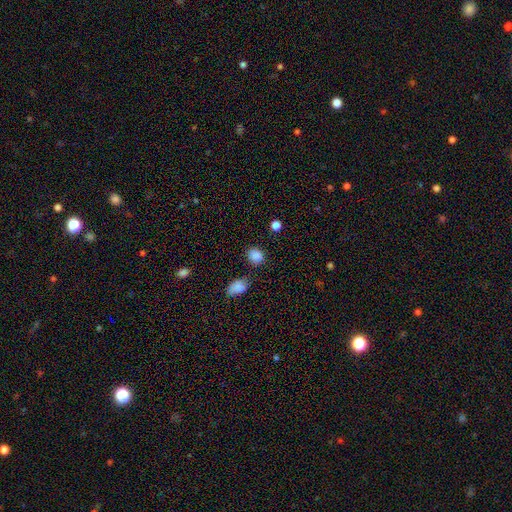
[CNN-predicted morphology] Q: Smooth or featured?
A: smooth (86%); runner-up: star or artifact (11%)
Q: How rounded?
A: round (67%); runner-up: in between (31%)
Q: Merging?
A: none (78%); runner-up: minor disturbance (13%)